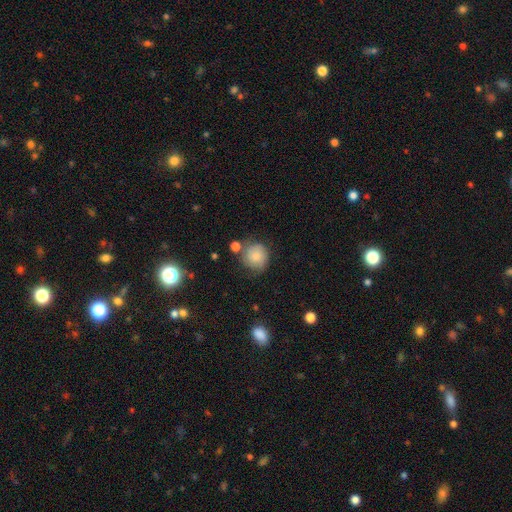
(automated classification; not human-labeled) smooth 65%, featured or disk 25%, star or artifact 10%. Down the decision tree: how rounded — round (88%); merging — none (63%).